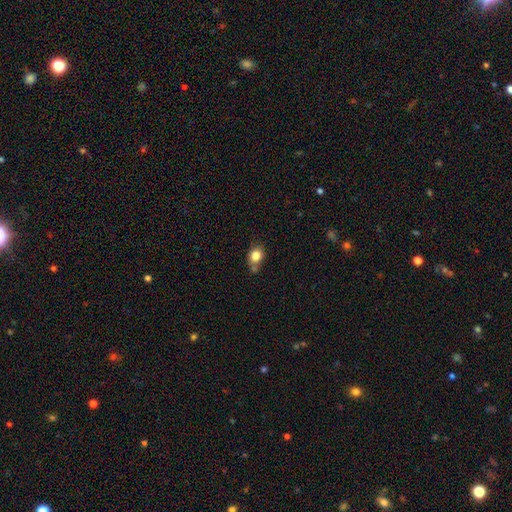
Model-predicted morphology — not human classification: A smooth galaxy with no disk features (82%) that is round (54%). Merging: none (58%).